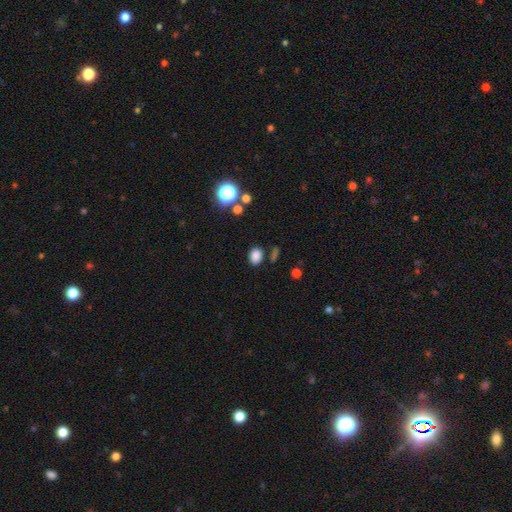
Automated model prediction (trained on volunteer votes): Smooth or featured?
  - smooth: 82% *
  - star or artifact: 14%
  - featured or disk: 5%
How rounded?
  - in between: 67% *
  - round: 31%
  - cigar-shaped: 1%
Merging?
  - none: 82% *
  - minor disturbance: 11%
  - merger: 4%
  - major disturbance: 3%